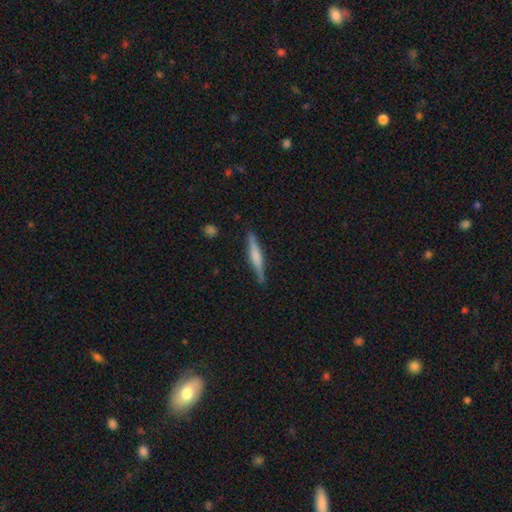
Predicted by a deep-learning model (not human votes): featured or disk 53%, smooth 41%, star or artifact 6%. Down the decision tree: edge-on disk — yes (97%); edge-on bulge — rounded (46%); merging — none (88%).